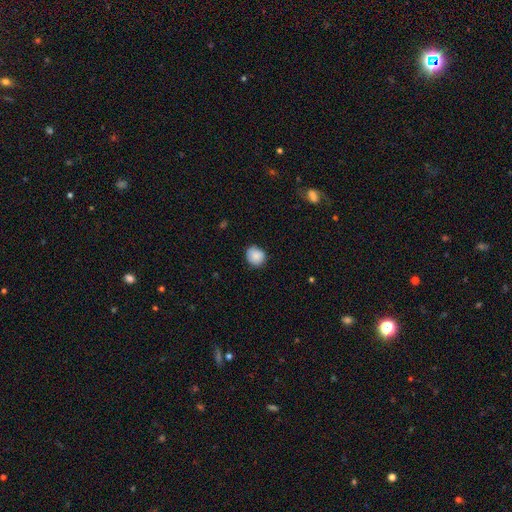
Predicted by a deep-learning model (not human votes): Overall: smooth (86%). How rounded: round (76%). Merging: none (77%).